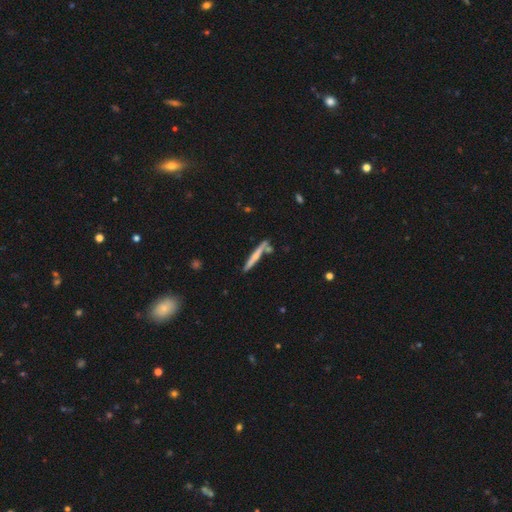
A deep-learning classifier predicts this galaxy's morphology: A featured or disk galaxy (48%).

Vote fractions:
- Smooth or featured? featured or disk: 48% / smooth: 46% / star or artifact: 6%
- Merging? none: 76% / minor disturbance: 12% / merger: 10% / major disturbance: 3%